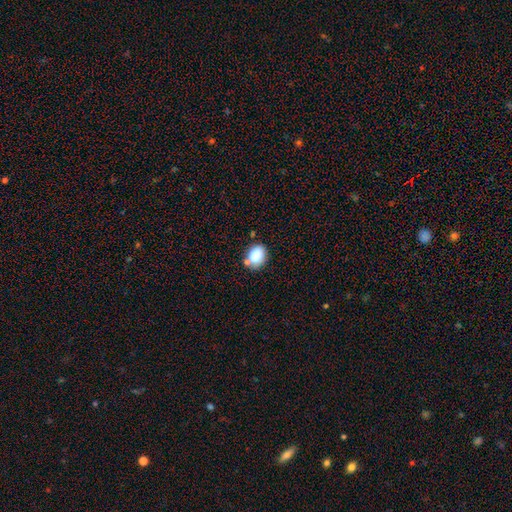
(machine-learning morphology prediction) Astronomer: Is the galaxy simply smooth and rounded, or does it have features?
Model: smooth — 83%.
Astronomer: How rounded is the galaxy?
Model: in between — 60% (runner-up: round, 39%).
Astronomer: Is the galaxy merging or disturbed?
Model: none — 62%.